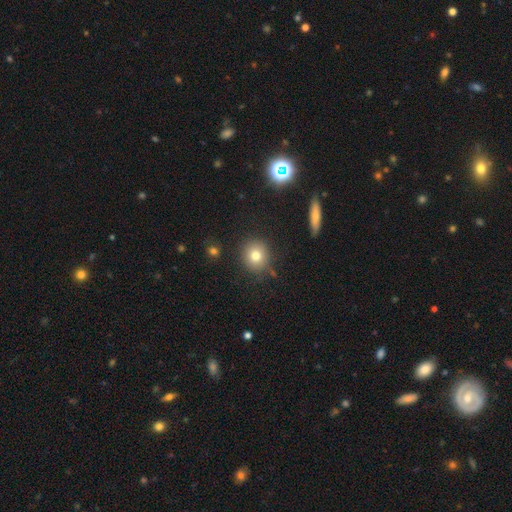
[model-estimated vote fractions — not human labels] The model was most divided on "smooth or featured": smooth: 78%, star or artifact: 12%, featured or disk: 10%. More confident: how rounded — round (88%); merging — none (85%).